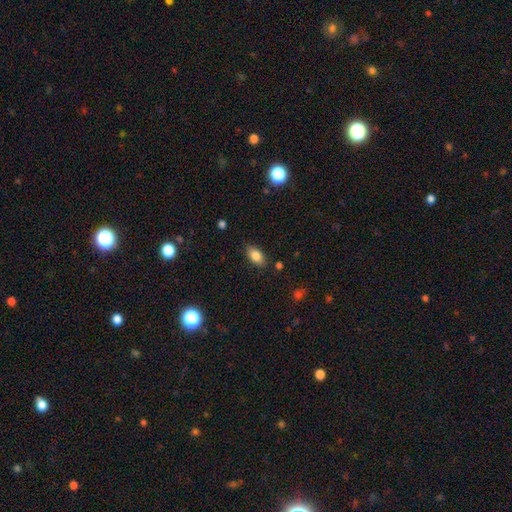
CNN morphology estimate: smooth_or_featured: smooth (p=0.84) [alt: star or artifact p=0.08]
how_rounded: in between (p=0.91) [alt: round p=0.06]
merging: none (p=0.84) [alt: minor disturbance p=0.12]